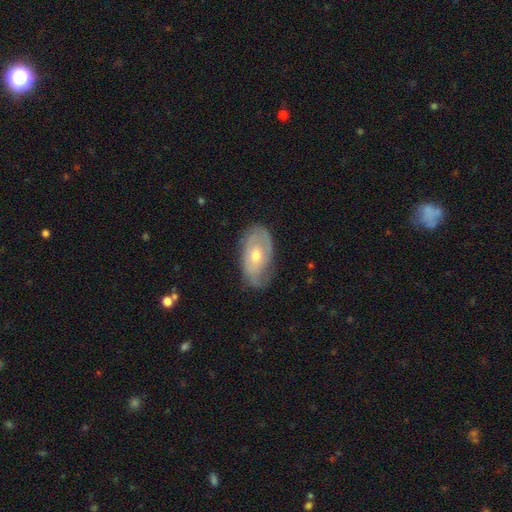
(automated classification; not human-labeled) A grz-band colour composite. It shows a featured or disk galaxy (62%) with no bar (73%), spiral arms (71%) and a moderate central bulge (54%). Merging: none (66%).